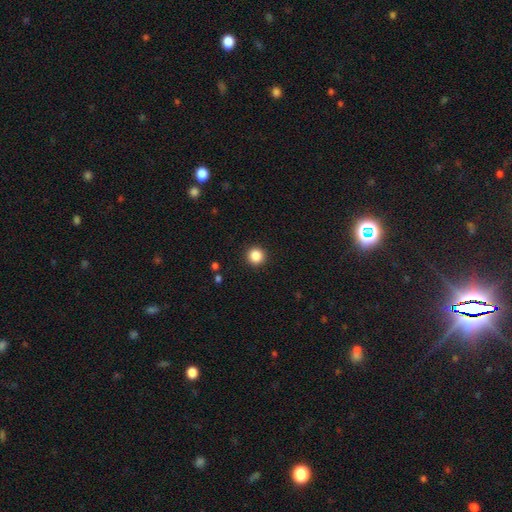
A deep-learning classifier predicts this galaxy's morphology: Smooth or featured? smooth (86%)
How rounded? round (94%)
Merging? none (93%)